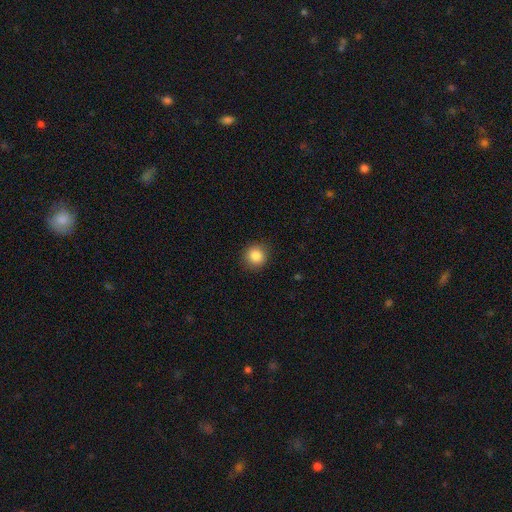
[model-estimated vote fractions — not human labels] This is clearly a smooth galaxy (86%). How rounded: clearly round (91%). Merging: clearly none (89%).